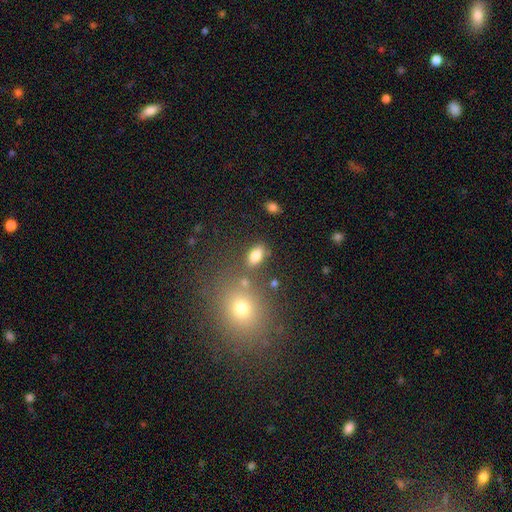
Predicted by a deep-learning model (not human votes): smooth 81%, star or artifact 11%, featured or disk 8%. Down the decision tree: how rounded — in between (87%); merging — none (75%).